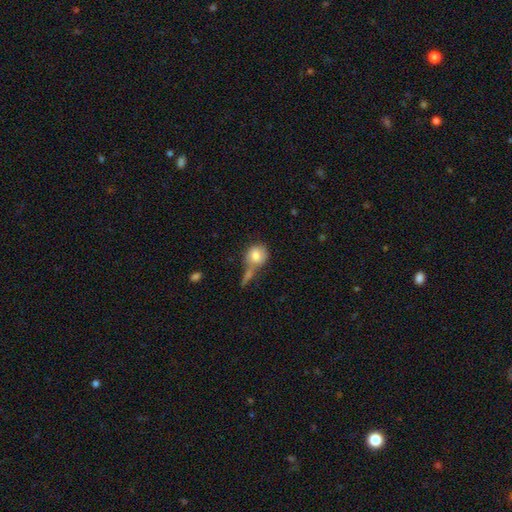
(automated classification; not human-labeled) Smooth or featured? Predicted: smooth (p=0.78). How rounded? Predicted: round (p=0.74). Merging? Predicted: none (p=0.37).